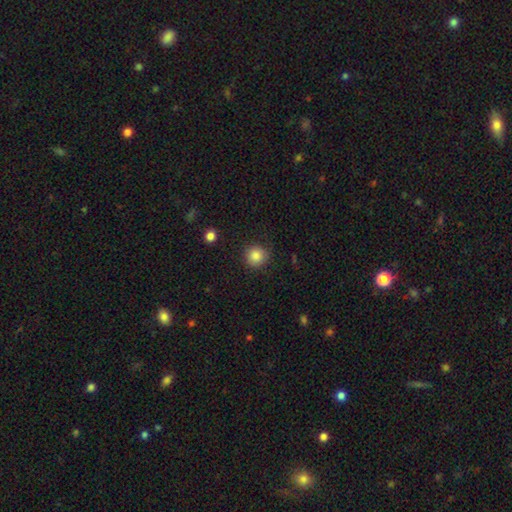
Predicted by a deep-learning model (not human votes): Smooth or featured? Predicted: smooth (p=0.85). How rounded? Predicted: round (p=0.93). Merging? Predicted: none (p=0.87).